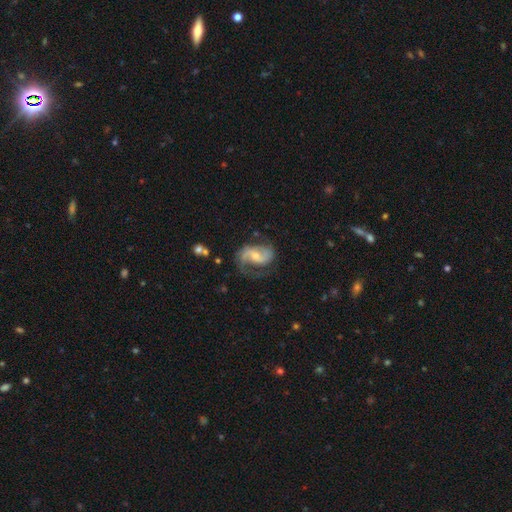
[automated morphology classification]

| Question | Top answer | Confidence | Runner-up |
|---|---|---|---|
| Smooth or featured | featured or disk | 83% | smooth (11%) |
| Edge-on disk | no | 97% | yes (3%) |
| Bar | weak | 45% | no (37%) |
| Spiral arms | yes | 95% | no (5%) |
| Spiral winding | medium | 46% | loose (38%) |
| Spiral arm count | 2 | 83% | 1 (9%) |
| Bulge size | moderate | 47% | tied: small (47%) |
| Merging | none | 60% | minor disturbance (22%) |